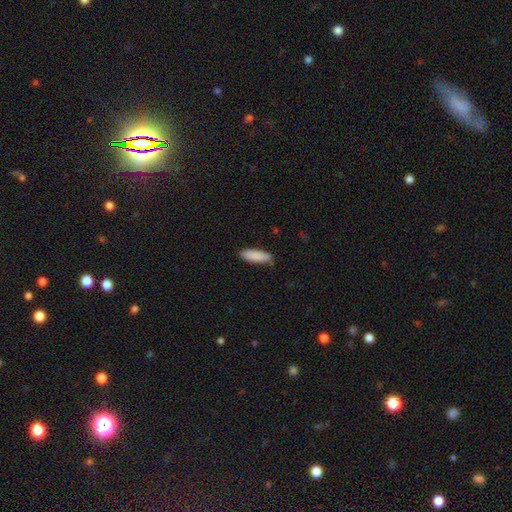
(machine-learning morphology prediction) Overall: smooth (89%). How rounded: in between (53%; cigar-shaped 46%). Merging: none (83%).